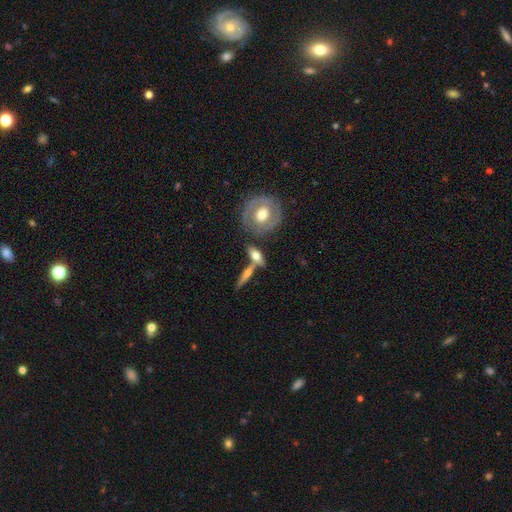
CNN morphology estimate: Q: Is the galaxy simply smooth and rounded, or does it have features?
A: featured or disk — 52%.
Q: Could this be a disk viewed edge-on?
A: yes — 68%.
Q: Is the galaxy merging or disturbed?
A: none — 61%.